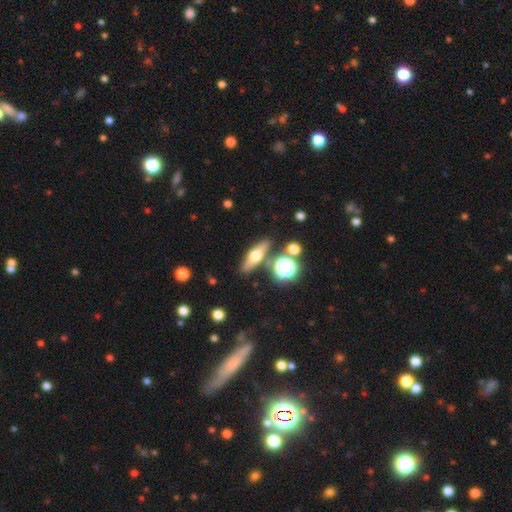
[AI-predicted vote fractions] A featured or disk galaxy (45%).

Vote fractions:
- Smooth or featured? featured or disk: 45% / smooth: 43% / star or artifact: 12%
- Merging? none: 79% / minor disturbance: 9% / merger: 8% / major disturbance: 3%